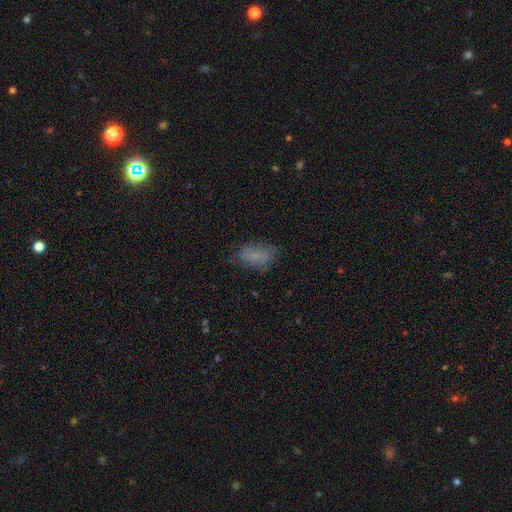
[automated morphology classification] This is likely a smooth galaxy (76%). How rounded: clearly in between (90%). Merging: likely none (66%).